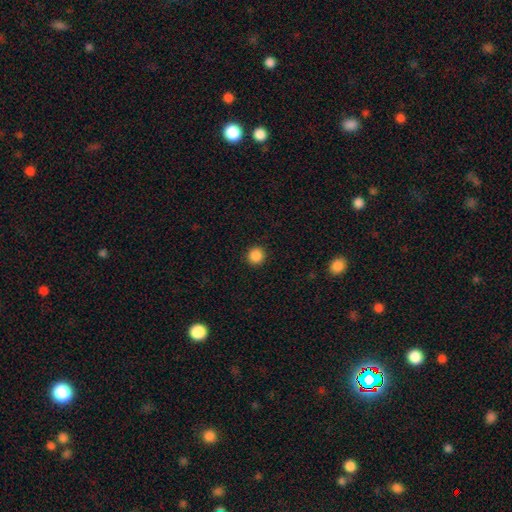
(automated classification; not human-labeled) smooth 87%, star or artifact 10%, featured or disk 3%. Down the decision tree: how rounded — round (94%); merging — none (93%).